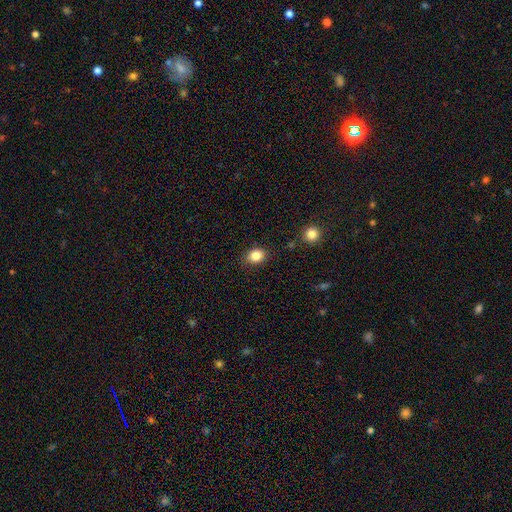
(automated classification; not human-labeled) smooth-or-featured: smooth: 84% | star or artifact: 10% | featured or disk: 6%
  how-rounded: in between: 54% | round: 45% | cigar-shaped: 1%
  merging: none: 86% | minor disturbance: 10% | major disturbance: 3% | merger: 2%